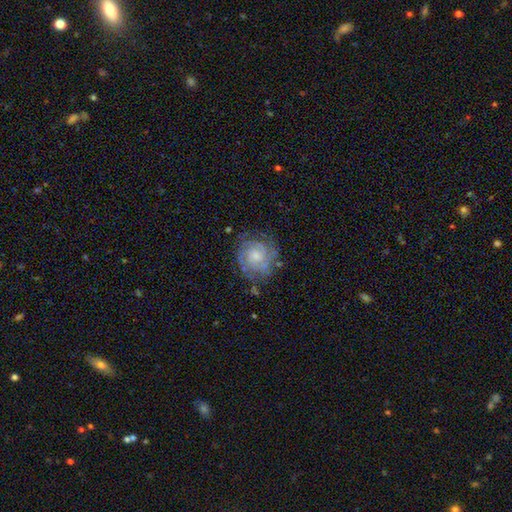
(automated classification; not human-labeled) A featured or disk galaxy (79%) with no bar (74%), can't tell (32%, tied with 2) tight (72%) spiral arms (94%) and a small central bulge (52%).

Vote fractions:
- Smooth or featured? featured or disk: 79% / smooth: 13% / star or artifact: 8%
- Edge-on disk? no: 98% / yes: 2%
- Bar? no: 74% / weak: 22% / strong: 4%
- Spiral arms? yes: 94% / no: 6%
- Spiral winding? tight: 72% / medium: 23% / loose: 5%
- Spiral arm count? can't tell: 32% (tied) / 2: 32% (tied) / 3: 19% / 4: 8% / 1: 5% / more than 4: 5%
- Bulge size? small: 52% / moderate: 38% / none: 5% / large: 3% / dominant: 1%
- Merging? none: 75% / minor disturbance: 16% / major disturbance: 7% / merger: 2%